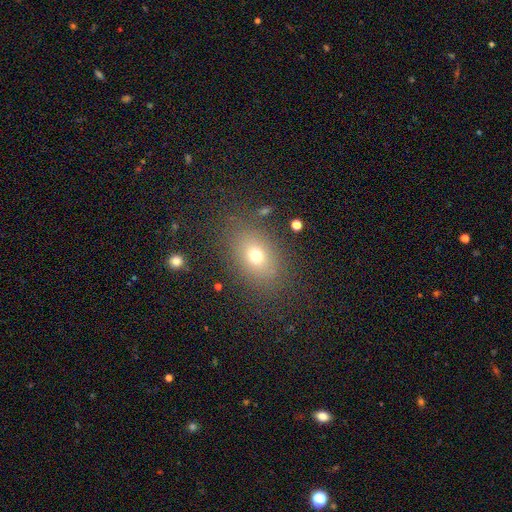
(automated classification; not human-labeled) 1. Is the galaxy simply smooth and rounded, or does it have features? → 71% smooth, 15% star or artifact, 15% featured or disk.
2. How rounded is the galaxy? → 75% in between, 23% round, 2% cigar-shaped.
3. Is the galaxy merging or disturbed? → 81% none, 12% minor disturbance, 5% major disturbance, 2% merger.